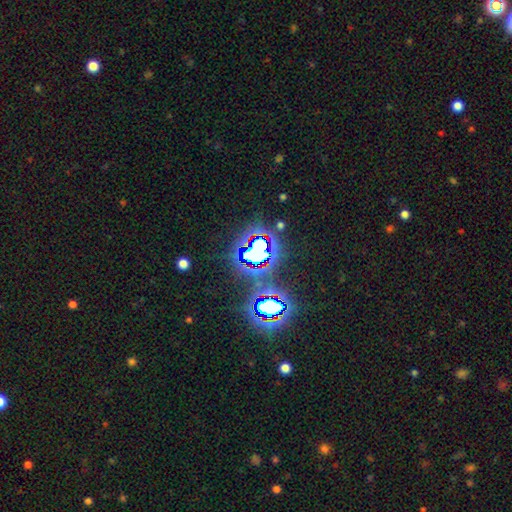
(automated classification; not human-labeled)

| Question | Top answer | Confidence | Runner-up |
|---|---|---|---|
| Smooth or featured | star or artifact | 74% | smooth (15%) |